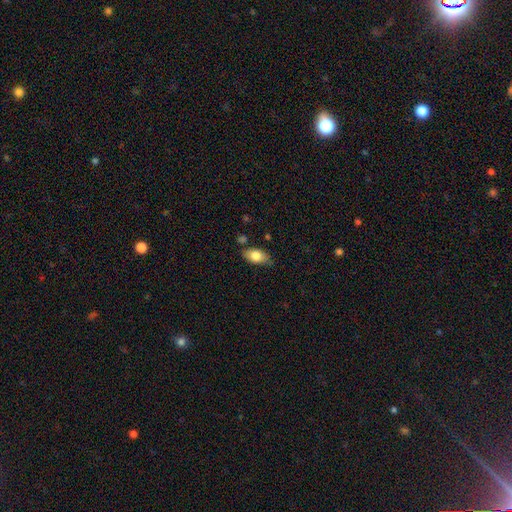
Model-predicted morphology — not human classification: Smooth or featured? Predicted: smooth (p=0.79). How rounded? Predicted: in between (p=0.89). Merging? Predicted: none (p=0.69).